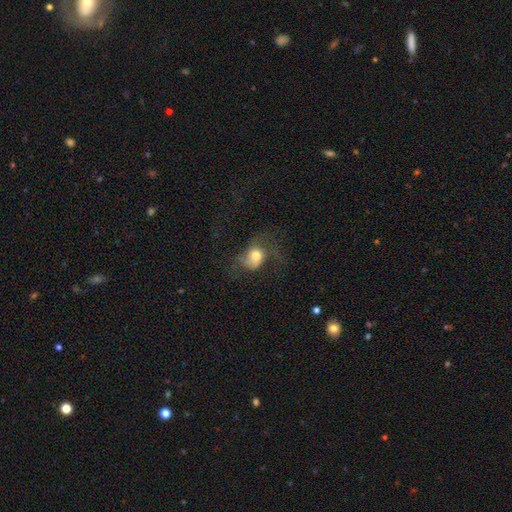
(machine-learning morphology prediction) This is likely a smooth galaxy (60%). How rounded: possibly round (55%). Merging: marginally major disturbance (39%).